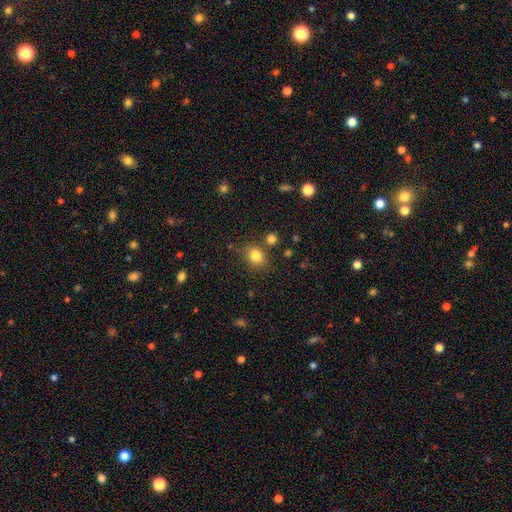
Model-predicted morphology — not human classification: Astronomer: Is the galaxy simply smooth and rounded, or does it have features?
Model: smooth — 82%.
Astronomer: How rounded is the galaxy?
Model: round — 65%.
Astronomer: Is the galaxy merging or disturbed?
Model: none — 76%.